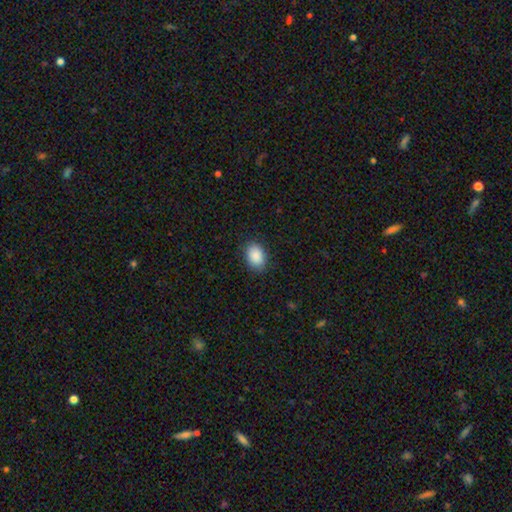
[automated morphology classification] smooth-or-featured: smooth: 89% | star or artifact: 7% | featured or disk: 4%
  how-rounded: in between: 78% | round: 21% | cigar-shaped: 1%
  merging: none: 87% | minor disturbance: 10% | major disturbance: 2% | merger: 1%